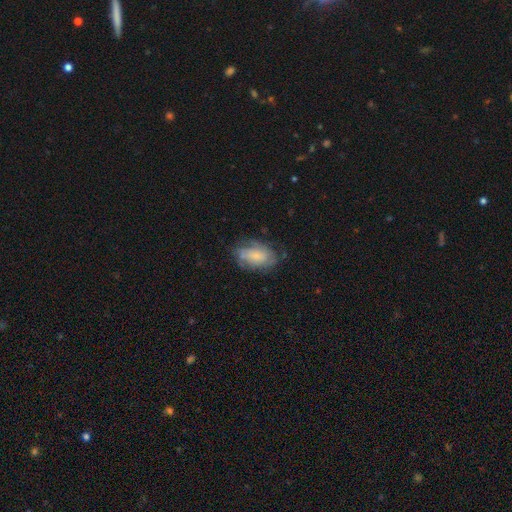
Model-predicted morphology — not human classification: smooth-or-featured: smooth: 52% | featured or disk: 40% | star or artifact: 8%
  how-rounded: in between: 91% | round: 7% | cigar-shaped: 2%
  merging: none: 59% | minor disturbance: 27% | major disturbance: 12% | merger: 2%